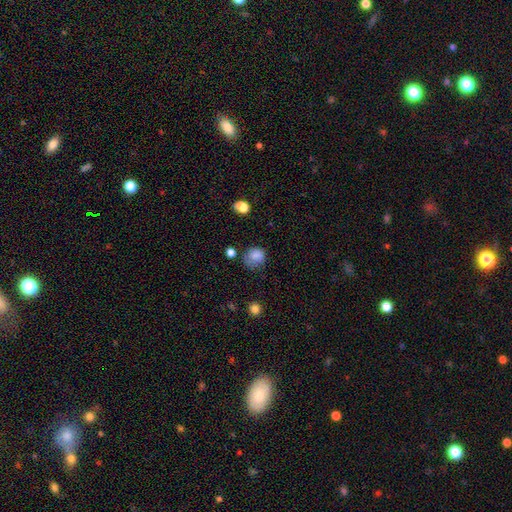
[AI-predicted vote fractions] Smooth or featured: smooth — 81% (star or artifact — 11%)
How rounded: round — 71% (in between — 28%)
Merging: none — 50% (minor disturbance — 31%)